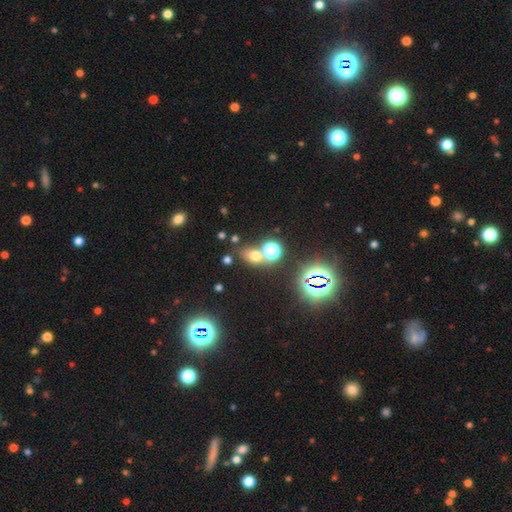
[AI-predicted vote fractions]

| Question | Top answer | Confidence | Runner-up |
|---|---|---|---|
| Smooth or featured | smooth | 56% | star or artifact (34%) |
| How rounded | in between | 56% | round (42%) |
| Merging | none | 61% | merger (23%) |